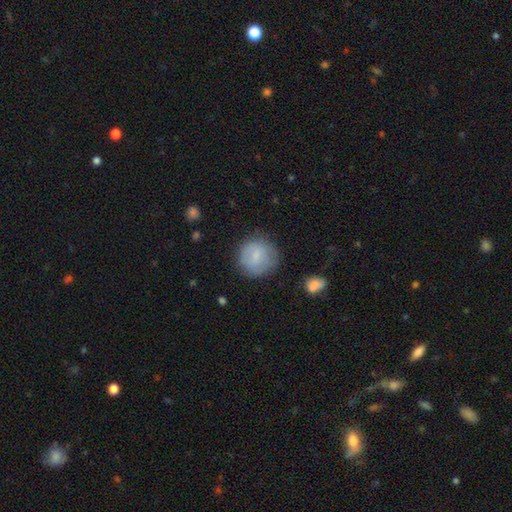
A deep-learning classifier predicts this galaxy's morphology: smooth 71%, featured or disk 22%, star or artifact 7%. Down the decision tree: how rounded — round (89%); merging — none (75%).